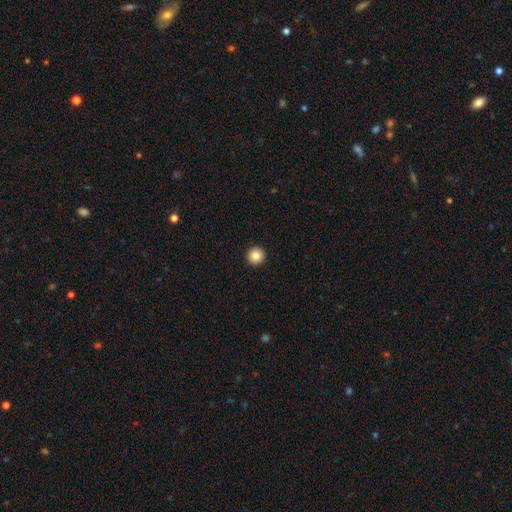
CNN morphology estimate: Smooth or featured? smooth (85%)
How rounded? round (97%)
Merging? none (94%)